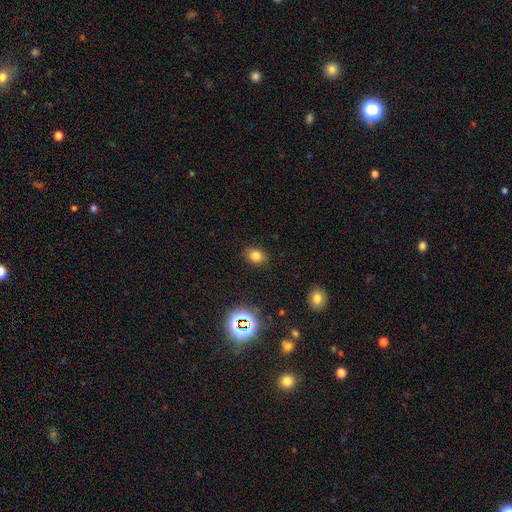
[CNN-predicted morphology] Smooth or featured?
  - smooth: 77% *
  - star or artifact: 16%
  - featured or disk: 7%
How rounded?
  - in between: 59% *
  - round: 40%
  - cigar-shaped: 1%
Merging?
  - none: 85% *
  - minor disturbance: 10%
  - major disturbance: 3%
  - merger: 1%